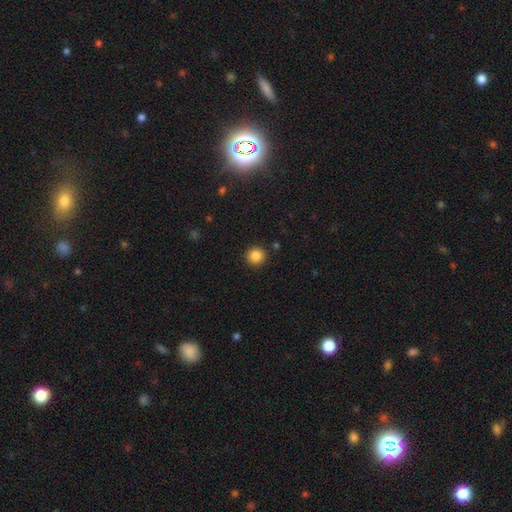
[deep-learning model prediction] Smooth or featured?
  - smooth: 86% *
  - star or artifact: 10%
  - featured or disk: 4%
How rounded?
  - round: 94% *
  - in between: 5%
  - cigar-shaped: 1%
Merging?
  - none: 91% *
  - minor disturbance: 5%
  - major disturbance: 2%
  - merger: 2%